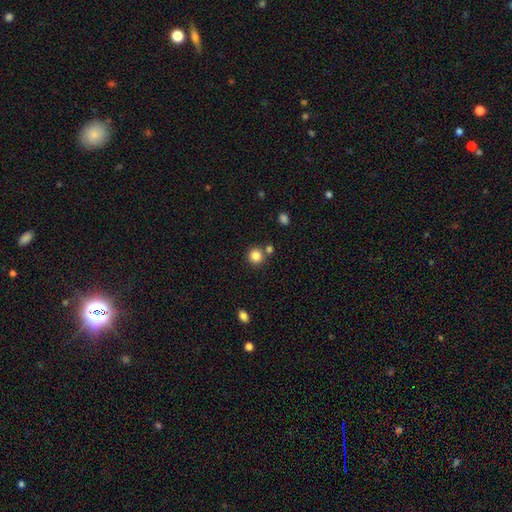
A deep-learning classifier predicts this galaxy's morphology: Q: Smooth or featured?
A: smooth (85%); runner-up: star or artifact (10%)
Q: How rounded?
A: round (92%); runner-up: in between (7%)
Q: Merging?
A: none (75%); runner-up: merger (15%)